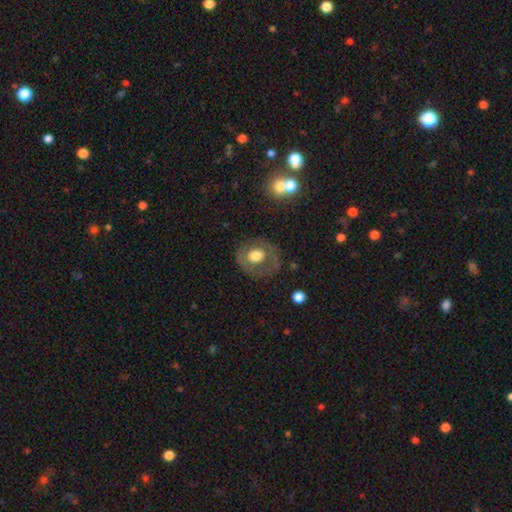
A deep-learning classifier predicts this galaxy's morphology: The model was most divided on "smooth or featured": smooth: 54%, featured or disk: 38%, star or artifact: 8%. More confident: merging — none (72%); how rounded — round (65%).